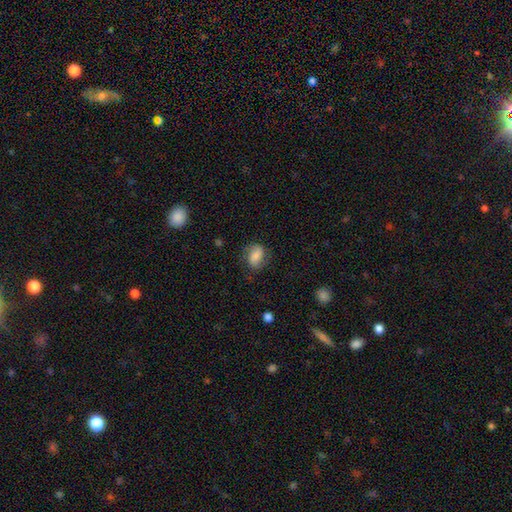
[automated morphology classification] The model was most divided on "smooth or featured": smooth: 60%, featured or disk: 31%, star or artifact: 9%. More confident: how rounded — in between (72%); merging — none (70%).